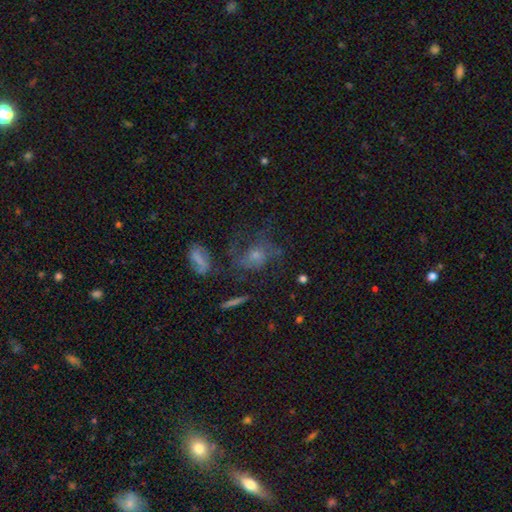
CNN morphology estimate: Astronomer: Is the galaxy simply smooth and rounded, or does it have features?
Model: featured or disk — 52% (runner-up: smooth, 29%).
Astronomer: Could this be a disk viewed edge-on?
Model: no — 94%.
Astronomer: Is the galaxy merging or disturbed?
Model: none — 47% (runner-up: major disturbance, 28%).